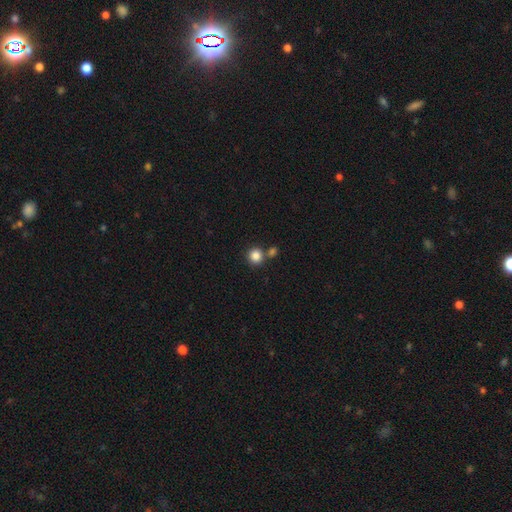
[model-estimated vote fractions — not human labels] Smooth or featured?
  - smooth: 85% *
  - star or artifact: 10%
  - featured or disk: 5%
How rounded?
  - round: 91% *
  - in between: 8%
  - cigar-shaped: 1%
Merging?
  - none: 68% *
  - merger: 22%
  - minor disturbance: 8%
  - major disturbance: 3%